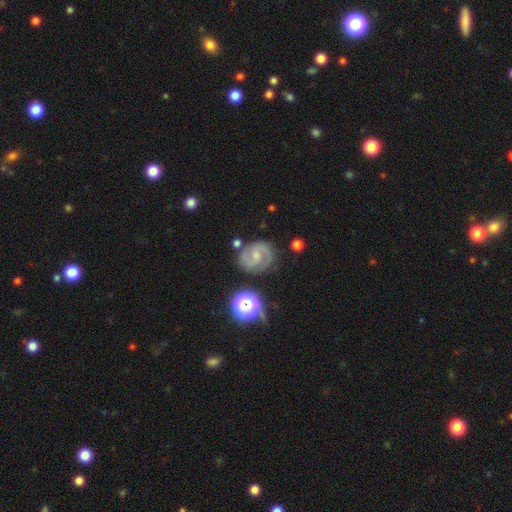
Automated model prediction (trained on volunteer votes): Smooth or featured?
  - featured or disk: 81% *
  - smooth: 11%
  - star or artifact: 8%
Edge-on disk?
  - no: 98% *
  - yes: 2%
Bar?
  - weak: 51% *
  - no: 39%
  - strong: 11%
Spiral arms?
  - yes: 96% *
  - no: 4%
Spiral winding?
  - medium: 52% *
  - tight: 36%
  - loose: 12%
Spiral arm count?
  - 2: 86% *
  - can't tell: 6%
  - 3: 3%
  - 1: 2%
  - 4: 1%
  - more than 4: 1%
Bulge size?
  - small: 56% *
  - moderate: 32%
  - none: 10%
  - large: 2%
  - dominant: 1%
Merging?
  - none: 75% *
  - minor disturbance: 16%
  - major disturbance: 6%
  - merger: 4%